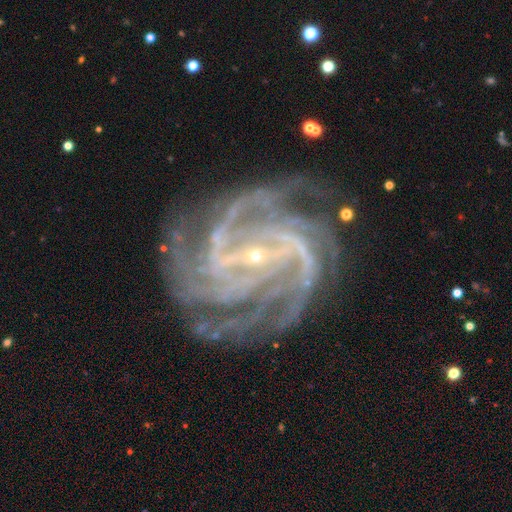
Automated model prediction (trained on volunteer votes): Smooth or featured?
  - featured or disk: 93% *
  - star or artifact: 5%
  - smooth: 2%
Edge-on disk?
  - no: 98% *
  - yes: 2%
Bar?
  - strong: 51% *
  - weak: 32%
  - no: 17%
Spiral arms?
  - yes: 99% *
  - no: 1%
Spiral winding?
  - tight: 62% *
  - medium: 33%
  - loose: 5%
Spiral arm count?
  - 4: 37% *
  - 3: 17%
  - more than 4: 16%
  - can't tell: 11%
  - 2: 11%
  - 1: 8%
Bulge size?
  - small: 87% *
  - moderate: 9%
  - none: 2%
  - large: 1%
  - dominant: 1%
Merging?
  - none: 76% *
  - minor disturbance: 15%
  - major disturbance: 7%
  - merger: 1%